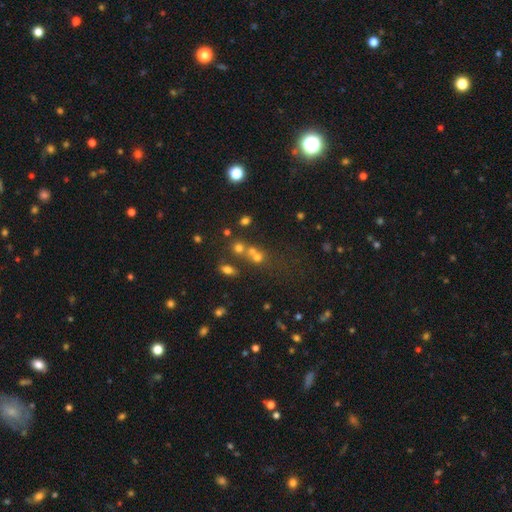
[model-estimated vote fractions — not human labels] Morphology: type=smooth (48%); merging=none (48%).